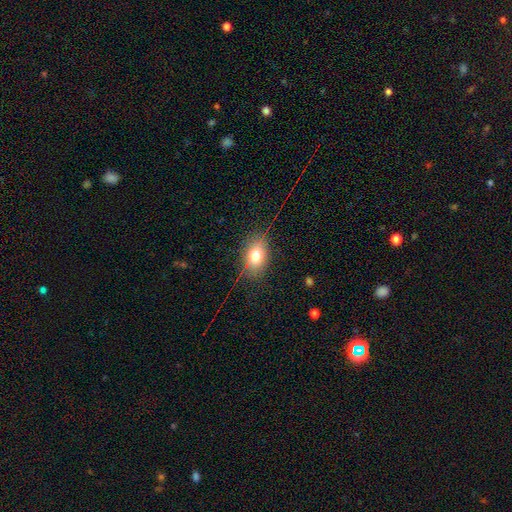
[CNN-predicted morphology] smooth-or-featured: smooth: 78% | featured or disk: 12% | star or artifact: 10%
  how-rounded: in between: 80% | round: 18% | cigar-shaped: 2%
  merging: none: 79% | minor disturbance: 15% | major disturbance: 5% | merger: 1%